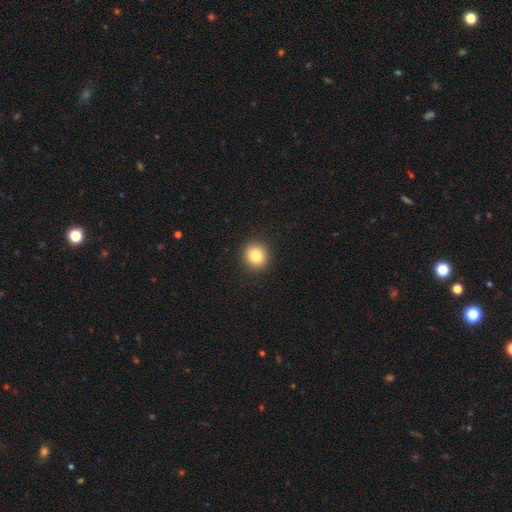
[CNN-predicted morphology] This is clearly a smooth galaxy (83%). How rounded: clearly round (88%). Merging: clearly none (92%).